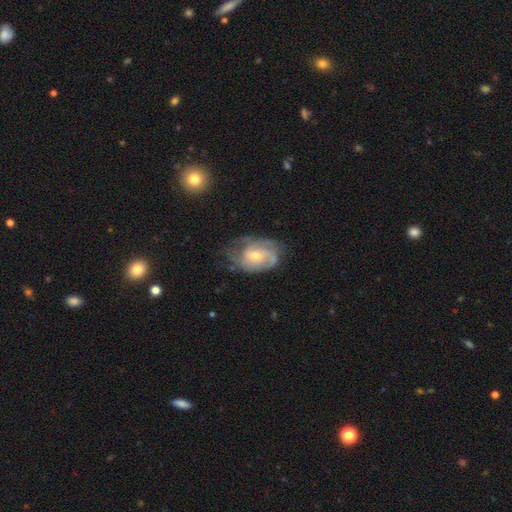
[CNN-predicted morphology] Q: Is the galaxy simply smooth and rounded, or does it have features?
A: featured or disk — 76%.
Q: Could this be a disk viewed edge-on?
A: no — 97%.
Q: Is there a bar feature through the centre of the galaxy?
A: no — 58%.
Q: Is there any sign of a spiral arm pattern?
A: yes — 90%.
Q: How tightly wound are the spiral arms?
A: tight — 43%.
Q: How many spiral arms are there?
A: can't tell — 32%.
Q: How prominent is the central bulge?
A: small — 51%.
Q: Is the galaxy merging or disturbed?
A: none — 56%.